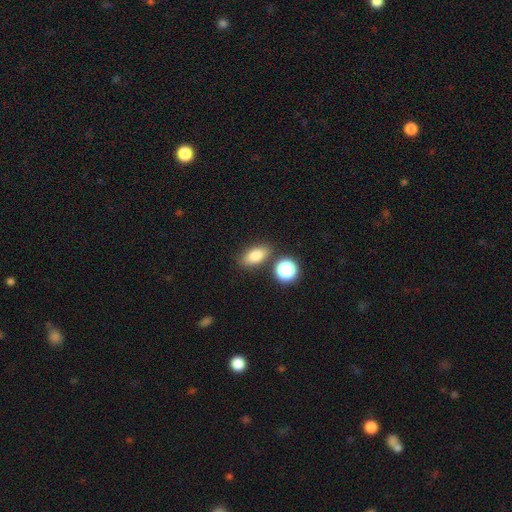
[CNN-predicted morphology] Q: Smooth or featured?
A: smooth (79%); runner-up: star or artifact (11%)
Q: How rounded?
A: in between (80%); runner-up: round (14%)
Q: Merging?
A: none (79%); runner-up: minor disturbance (10%)